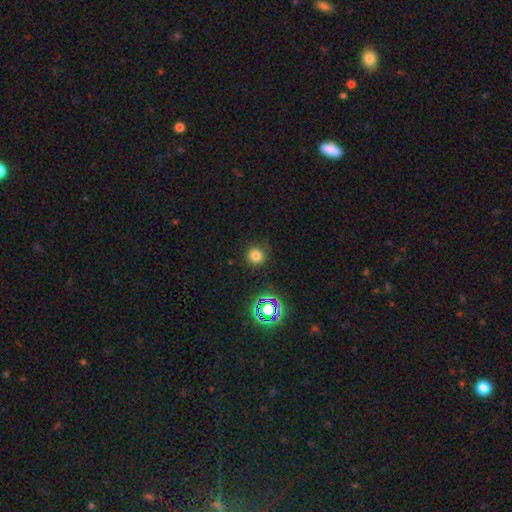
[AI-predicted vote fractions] Smooth or featured? Predicted: smooth (p=0.76). How rounded? Predicted: round (p=0.93). Merging? Predicted: none (p=0.88).